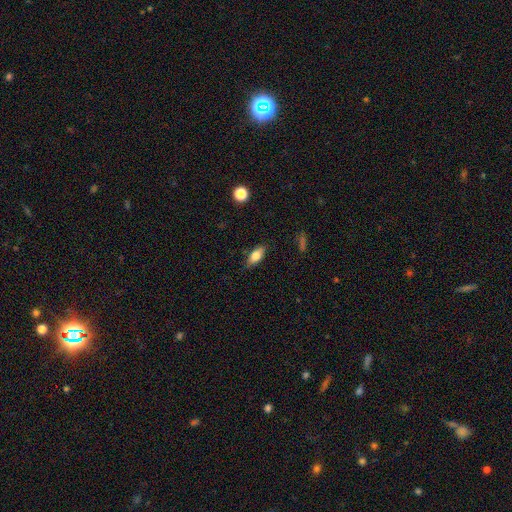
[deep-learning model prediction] Smooth or featured: smooth — 73% (featured or disk — 20%)
How rounded: in between — 80% (cigar-shaped — 15%)
Merging: none — 82% (minor disturbance — 14%)